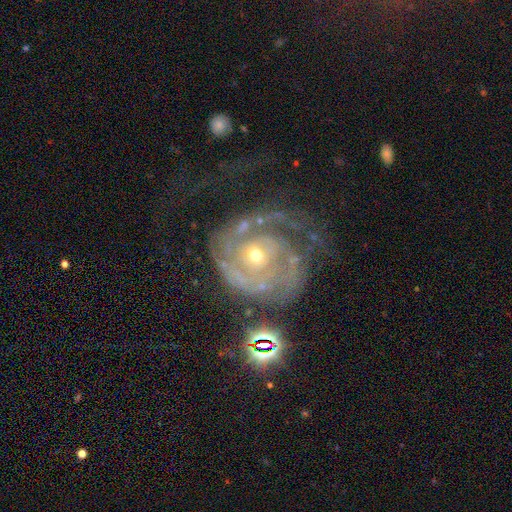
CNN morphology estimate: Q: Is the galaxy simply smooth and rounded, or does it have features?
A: featured or disk — 86%.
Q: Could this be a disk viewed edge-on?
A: no — 98%.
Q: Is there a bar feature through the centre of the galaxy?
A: no — 76%.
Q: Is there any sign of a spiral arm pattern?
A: yes — 92%.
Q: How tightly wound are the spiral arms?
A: tight — 64%.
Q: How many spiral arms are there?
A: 2 — 32%.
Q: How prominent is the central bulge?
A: small — 58%.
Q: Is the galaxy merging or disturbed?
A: none — 45%.